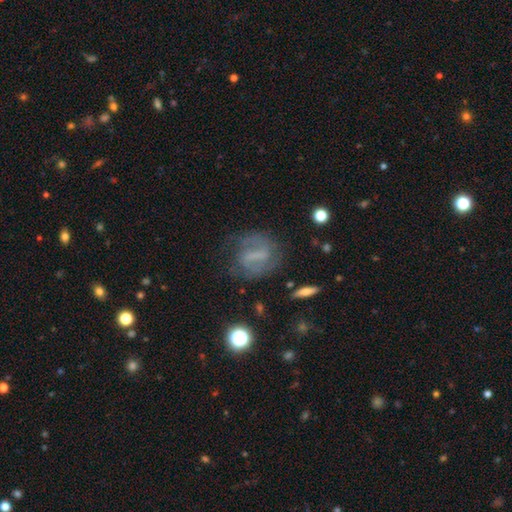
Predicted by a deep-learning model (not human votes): Overall: featured or disk (66%). Edge-on disk: no (94%). Bar: strong (46%; weak 38%). Spiral arms: yes (79%). Bulge size: none (58%; small 24%). Merging: none (67%).